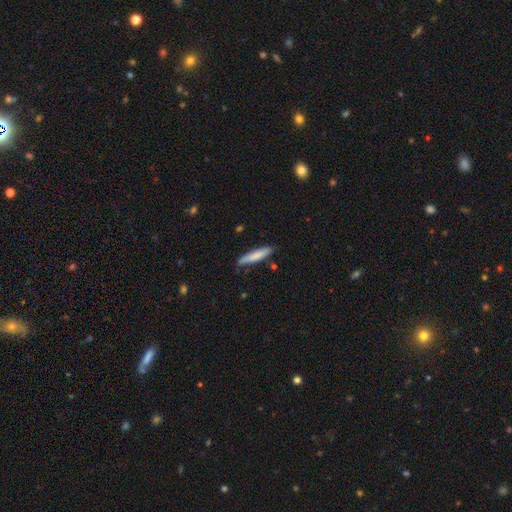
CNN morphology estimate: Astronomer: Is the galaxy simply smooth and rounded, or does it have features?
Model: smooth — 78%.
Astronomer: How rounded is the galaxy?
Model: cigar-shaped — 87%.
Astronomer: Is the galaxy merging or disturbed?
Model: none — 79%.